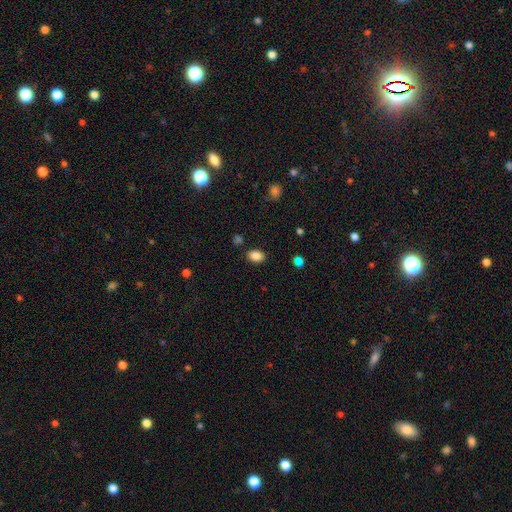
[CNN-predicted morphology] Smooth or featured? Predicted: smooth (p=0.87). How rounded? Predicted: in between (p=0.79). Merging? Predicted: none (p=0.84).